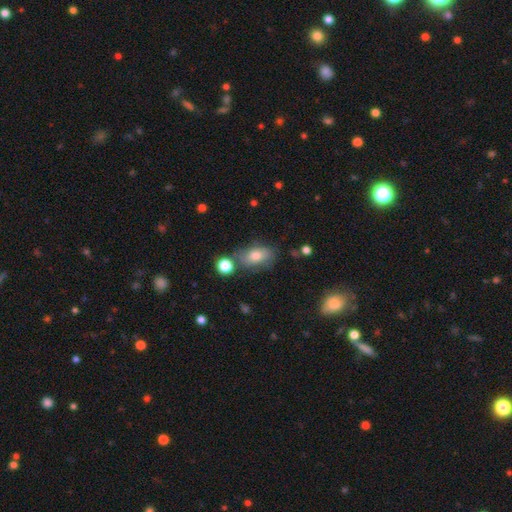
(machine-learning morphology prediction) Q: Smooth or featured?
A: smooth (72%); runner-up: featured or disk (18%)
Q: How rounded?
A: in between (85%); runner-up: round (11%)
Q: Merging?
A: none (63%); runner-up: minor disturbance (20%)